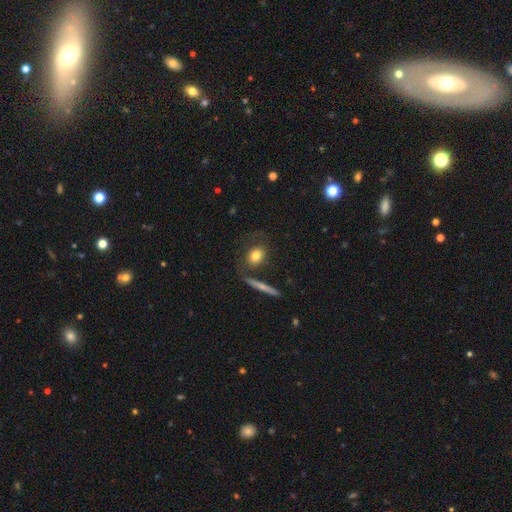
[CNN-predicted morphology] Smooth or featured: smooth — 73% (featured or disk — 19%)
How rounded: round — 52% (in between — 42%)
Merging: none — 66% (minor disturbance — 15%)